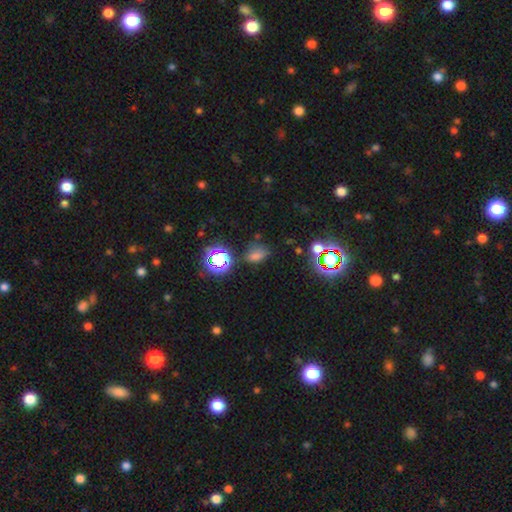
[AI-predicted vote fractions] A smooth galaxy with no disk features (58%) that is in between round and cigar-shaped (70%).

Vote fractions:
- Smooth or featured? smooth: 58% / star or artifact: 34% / featured or disk: 8%
- How rounded? in between: 70% / round: 27% / cigar-shaped: 3%
- Merging? none: 70% / minor disturbance: 18% / major disturbance: 7% / merger: 5%